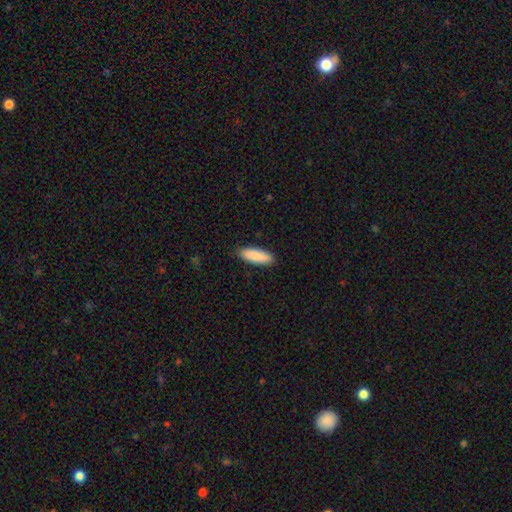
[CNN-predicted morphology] Smooth or featured? smooth (89%)
How rounded? in between (60%)
Merging? none (88%)